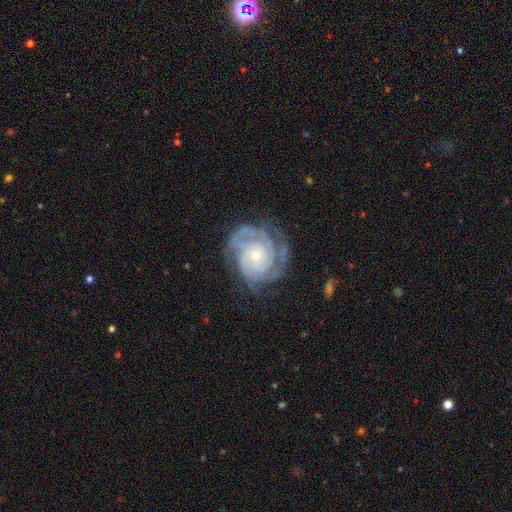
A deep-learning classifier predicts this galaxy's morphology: Smooth or featured? featured or disk (89%)
Edge-on disk? no (98%)
Bar? no (79%)
Spiral arms? yes (97%)
Spiral winding? tight (77%)
Spiral arm count? 3 (30%)
Bulge size? small (68%)
Merging? none (71%)